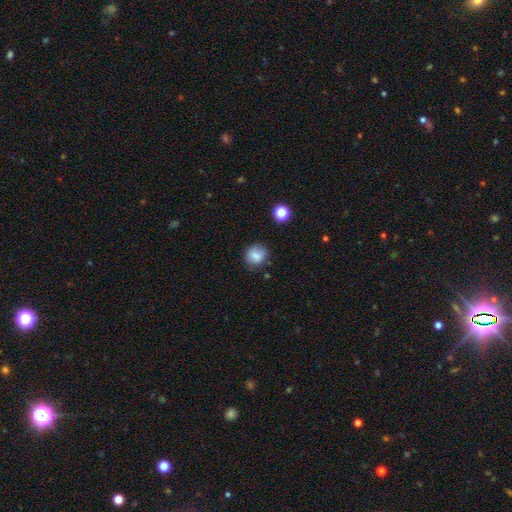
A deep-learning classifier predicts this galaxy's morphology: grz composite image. It shows a smooth galaxy with no disk features (82%) that is round (76%). Merging: none (74%).